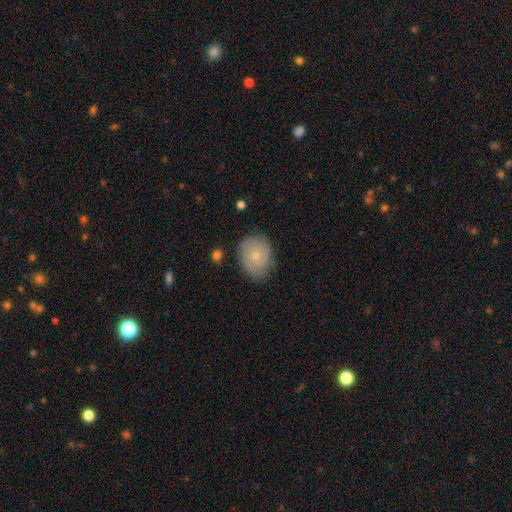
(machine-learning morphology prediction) A smooth galaxy with no disk features (59%) that is in between round and cigar-shaped (54%). Merging: none (71%).